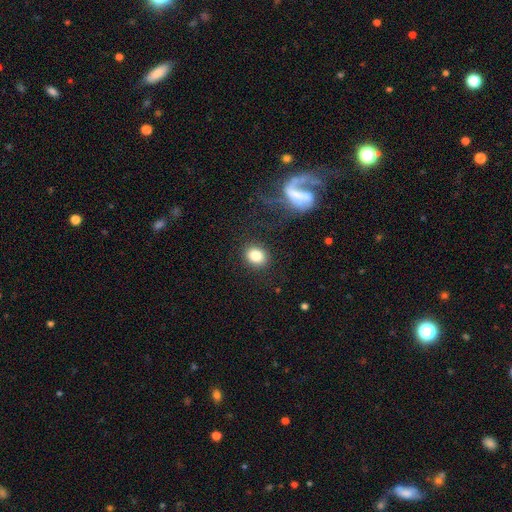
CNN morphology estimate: A smooth galaxy with no disk features (82%) that is round (57%).

Vote fractions:
- Smooth or featured? smooth: 82% / star or artifact: 10% / featured or disk: 7%
- How rounded? round: 57% / in between: 41% / cigar-shaped: 1%
- Merging? none: 85% / minor disturbance: 9% / major disturbance: 4% / merger: 2%